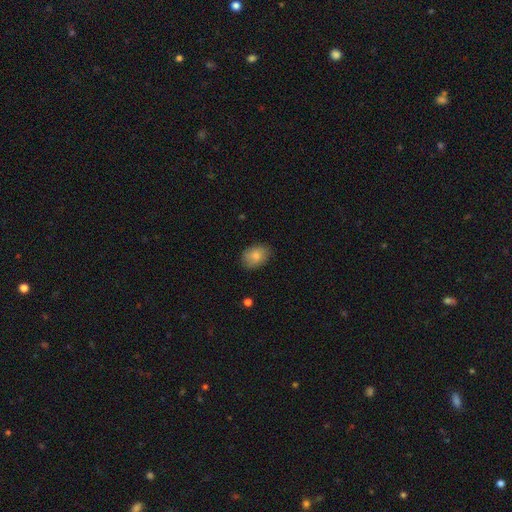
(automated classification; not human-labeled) smooth 83%, featured or disk 10%, star or artifact 8%. Down the decision tree: how rounded — in between (77%); merging — none (82%).